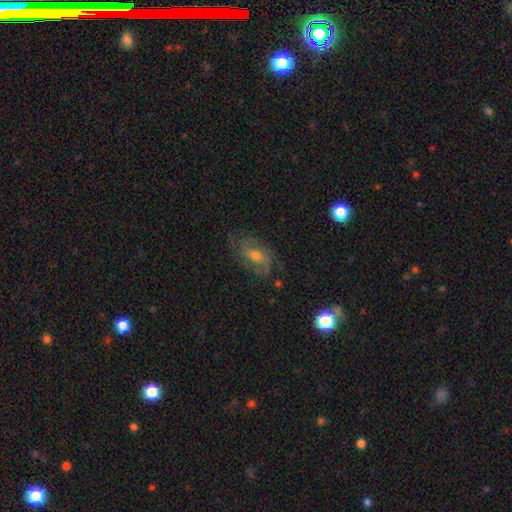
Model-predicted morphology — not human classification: Smooth or featured: featured or disk — 69% (smooth — 21%)
Edge-on disk: no — 95% (yes — 5%)
Bar: no — 49% (weak — 40%)
Spiral arms: yes — 87% (no — 13%)
Spiral winding: medium — 45% (tight — 33%)
Spiral arm count: 2 — 48% (can't tell — 27%)
Bulge size: moderate — 60% (small — 32%)
Merging: none — 65% (minor disturbance — 21%)